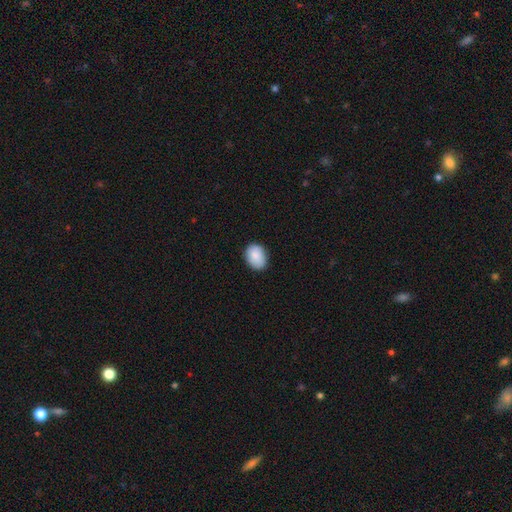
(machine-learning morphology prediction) Smooth or featured?
  - smooth: 87% *
  - star or artifact: 7%
  - featured or disk: 5%
How rounded?
  - in between: 73% *
  - round: 26%
  - cigar-shaped: 1%
Merging?
  - none: 84% *
  - minor disturbance: 13%
  - major disturbance: 2%
  - merger: 1%